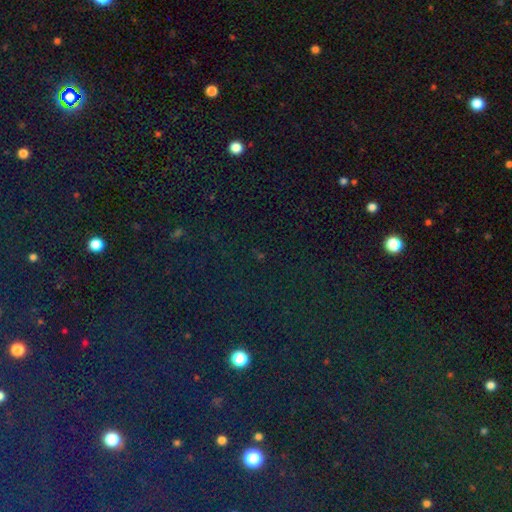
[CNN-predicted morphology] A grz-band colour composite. It shows a star or artifact, not a galaxy (79%).